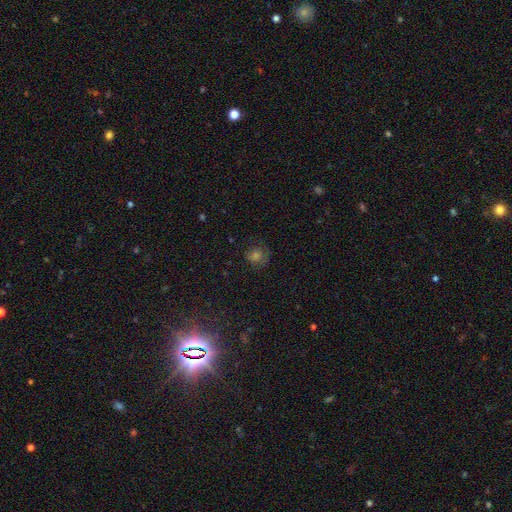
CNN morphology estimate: A smooth galaxy with no disk features (52%) that is round (84%). Merging: none (76%).